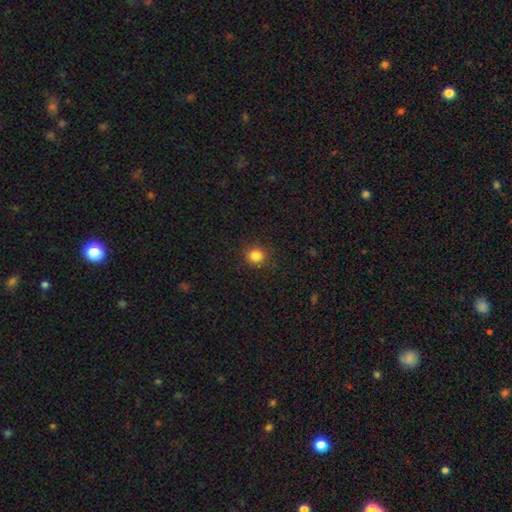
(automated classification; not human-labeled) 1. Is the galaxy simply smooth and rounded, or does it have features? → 84% smooth, 12% star or artifact, 4% featured or disk.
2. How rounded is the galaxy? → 90% round, 9% in between, 1% cigar-shaped.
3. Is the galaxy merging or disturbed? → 89% none, 7% minor disturbance, 2% major disturbance, 1% merger.